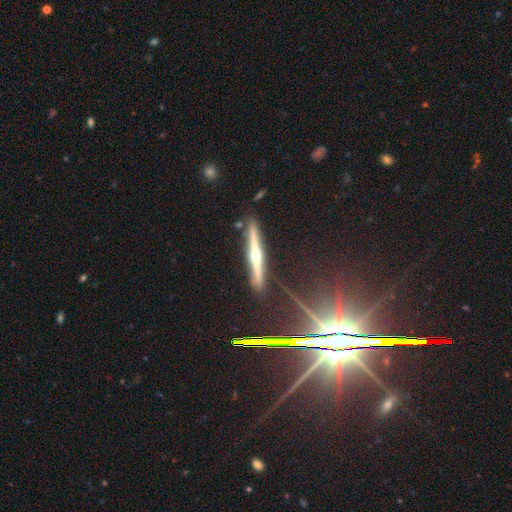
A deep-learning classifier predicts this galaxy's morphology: A featured or disk galaxy (70%) viewed edge-on (97%) with a rounded central bulge (86%).

Vote fractions:
- Smooth or featured? featured or disk: 70% / smooth: 20% / star or artifact: 10%
- Edge-on disk? yes: 97% / no: 3%
- Edge-on bulge? rounded: 86% / none: 9% / boxy: 4%
- Merging? none: 88% / minor disturbance: 8% / merger: 2% / major disturbance: 2%